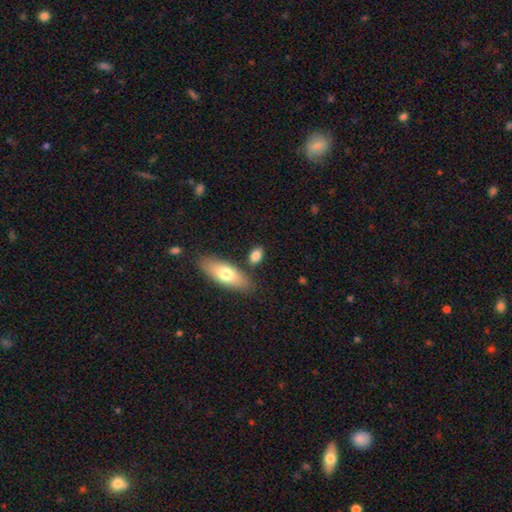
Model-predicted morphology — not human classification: smooth-or-featured: smooth: 81% | featured or disk: 13% | star or artifact: 7%
  how-rounded: in between: 80% | round: 11% | cigar-shaped: 10%
  merging: none: 72% | minor disturbance: 12% | merger: 12% | major disturbance: 4%